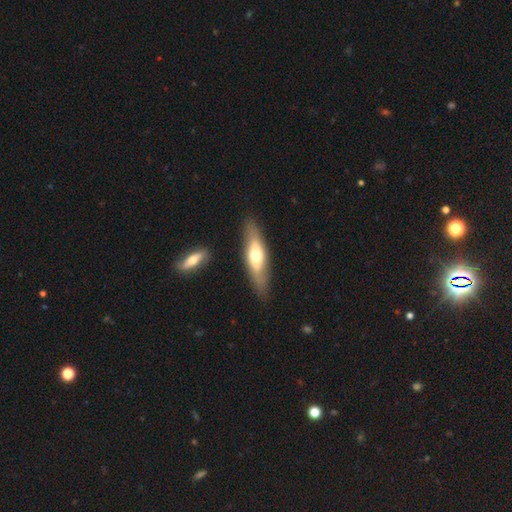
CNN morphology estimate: smooth_or_featured: smooth (p=0.50) [alt: featured or disk p=0.45]
merging: none (p=0.78) [alt: minor disturbance p=0.14]